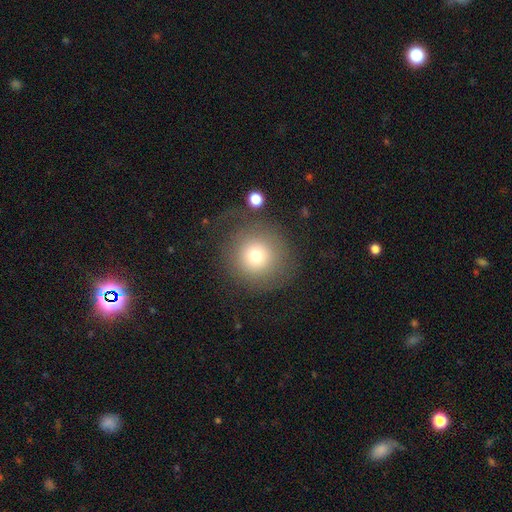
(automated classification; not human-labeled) A smooth galaxy with no disk features (71%) that is round (94%). Merging: none (71%).